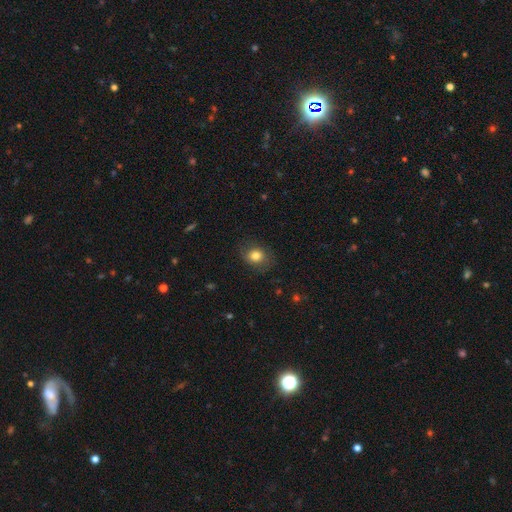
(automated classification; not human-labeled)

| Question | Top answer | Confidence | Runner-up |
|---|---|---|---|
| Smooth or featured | smooth | 79% | featured or disk (11%) |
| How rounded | round | 54% | in between (45%) |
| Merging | none | 77% | minor disturbance (16%) |